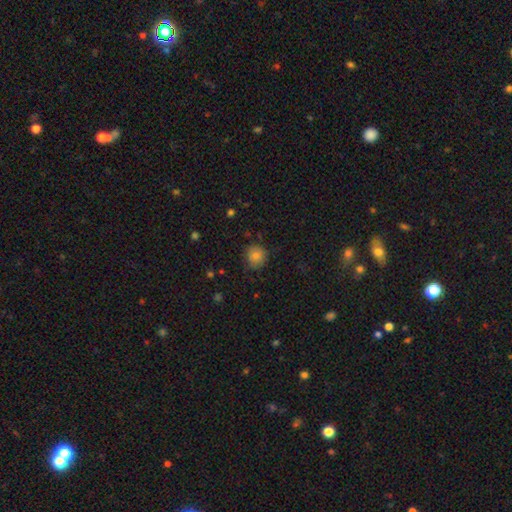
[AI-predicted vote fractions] The model was most divided on "merging": none: 80%, minor disturbance: 16%, major disturbance: 3%, merger: 1%. More confident: how rounded — round (90%); smooth or featured — smooth (78%).